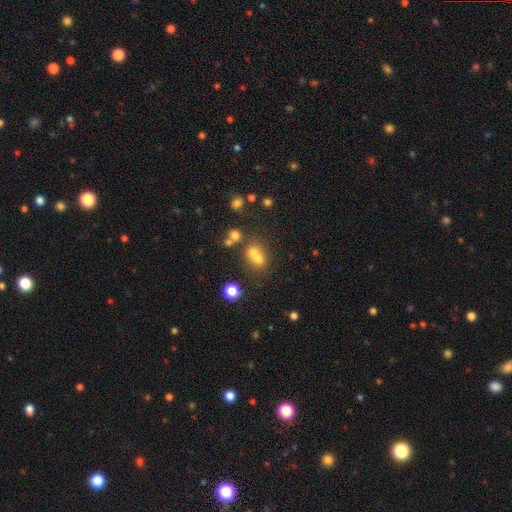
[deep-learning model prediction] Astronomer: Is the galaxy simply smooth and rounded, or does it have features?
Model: smooth — 64%.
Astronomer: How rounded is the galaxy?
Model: round — 62% (runner-up: in between, 37%).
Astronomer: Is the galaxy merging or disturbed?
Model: merger — 56% (runner-up: none, 32%).